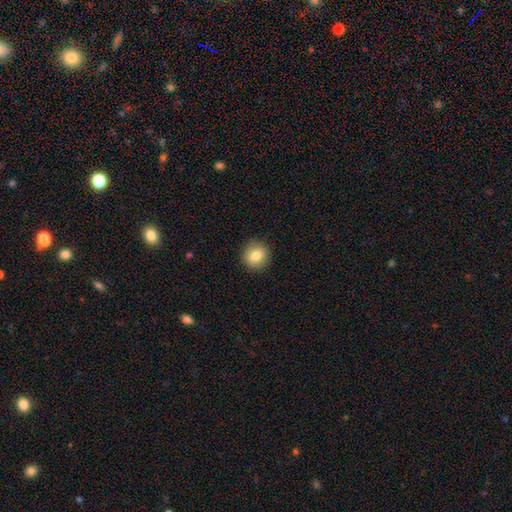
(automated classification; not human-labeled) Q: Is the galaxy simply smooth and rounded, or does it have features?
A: smooth — 82%.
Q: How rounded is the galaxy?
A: round — 88%.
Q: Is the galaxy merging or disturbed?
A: none — 91%.